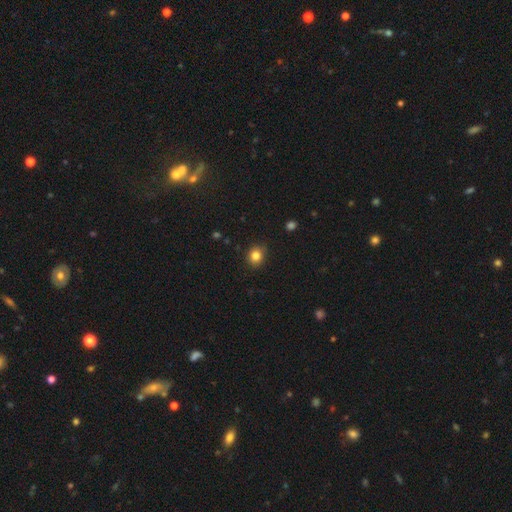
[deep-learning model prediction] Overall: smooth (83%). How rounded: round (72%). Merging: none (87%).